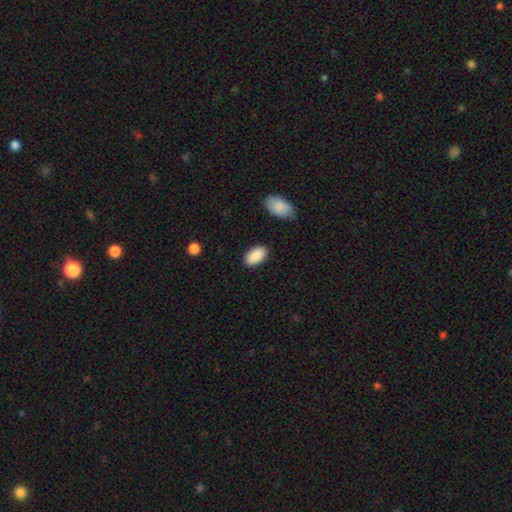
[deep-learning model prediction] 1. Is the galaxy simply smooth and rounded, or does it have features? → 90% smooth, 6% star or artifact, 4% featured or disk.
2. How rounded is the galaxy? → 95% in between, 3% round, 2% cigar-shaped.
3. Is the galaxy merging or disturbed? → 86% none, 9% minor disturbance, 2% major disturbance, 2% merger.